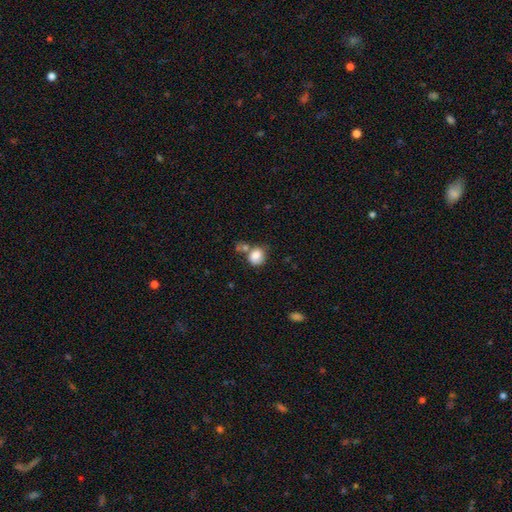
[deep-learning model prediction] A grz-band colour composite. It shows a smooth galaxy with no disk features (83%) that is round (65%). Merging: none (46%).